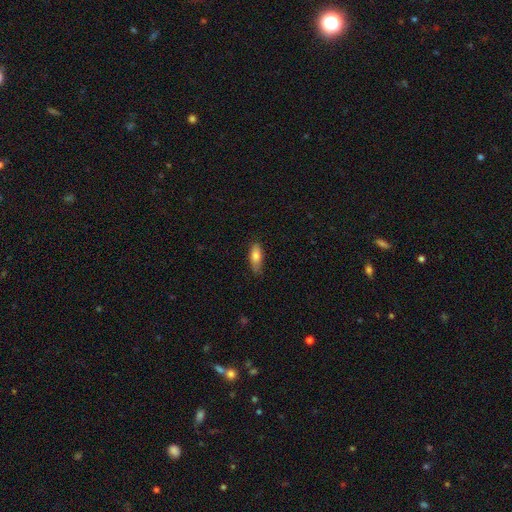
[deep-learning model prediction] smooth_or_featured: smooth (p=0.78) [alt: featured or disk p=0.16]
how_rounded: in between (p=0.64) [alt: cigar-shaped p=0.34]
merging: none (p=0.75) [alt: minor disturbance p=0.20]